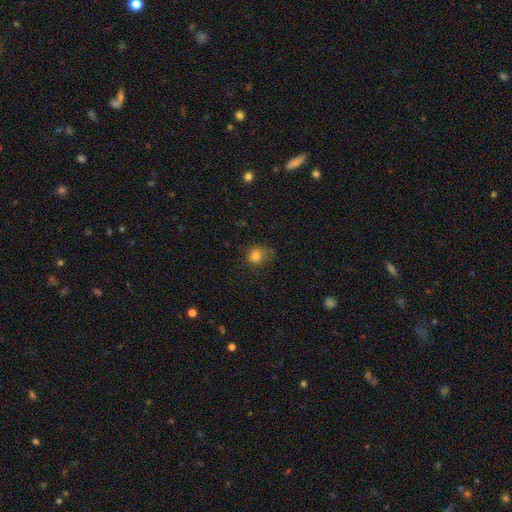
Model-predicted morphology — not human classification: smooth_or_featured: smooth (p=0.80) [alt: star or artifact p=0.12]
how_rounded: round (p=0.73) [alt: in between p=0.26]
merging: none (p=0.61) [alt: minor disturbance p=0.26]